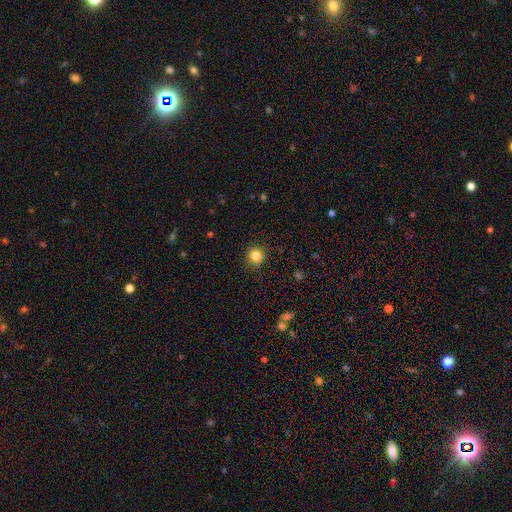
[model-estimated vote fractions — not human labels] A smooth galaxy with no disk features (84%) that is round (92%). Merging: none (90%).